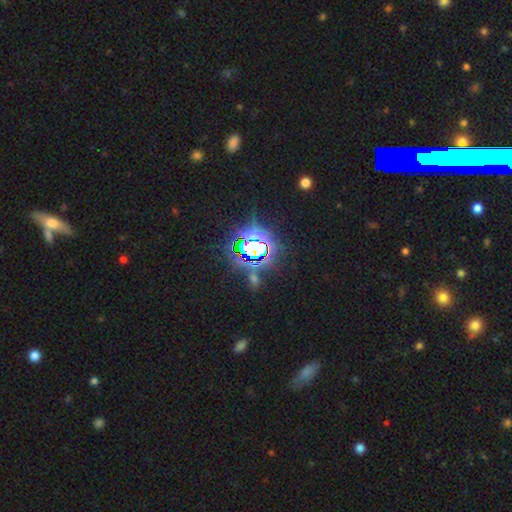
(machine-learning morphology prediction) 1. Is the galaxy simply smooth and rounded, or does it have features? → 78% star or artifact, 13% smooth, 9% featured or disk.